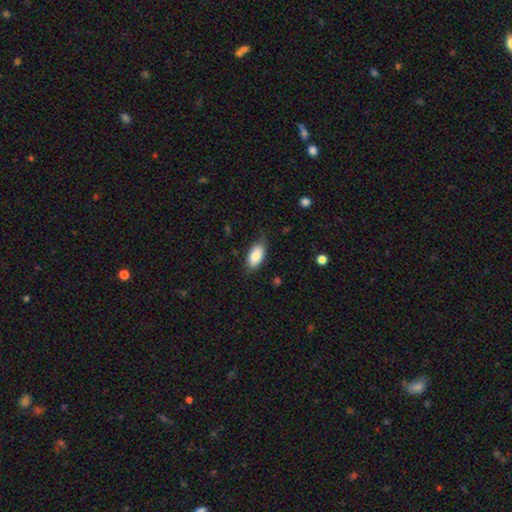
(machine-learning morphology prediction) A smooth galaxy with no disk features (83%) that is in between round and cigar-shaped (93%).

Vote fractions:
- Smooth or featured? smooth: 83% / featured or disk: 10% / star or artifact: 6%
- How rounded? in between: 93% / cigar-shaped: 4% / round: 3%
- Merging? none: 72% / minor disturbance: 22% / major disturbance: 5% / merger: 1%